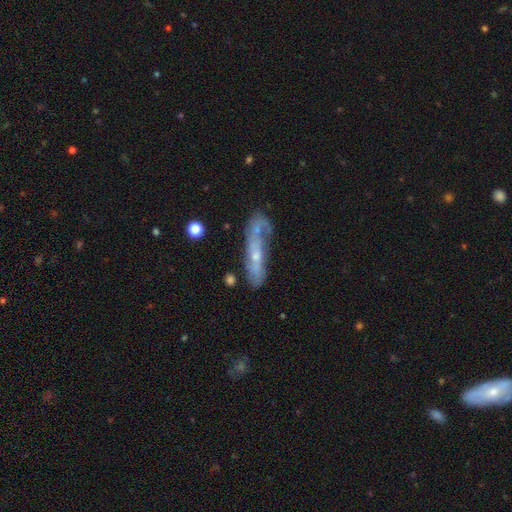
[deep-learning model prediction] smooth_or_featured: featured or disk (p=0.64) [alt: smooth p=0.27]
disk_edge_on: no (p=0.65) [alt: yes p=0.35]
merging: none (p=0.46) [alt: minor disturbance p=0.24]